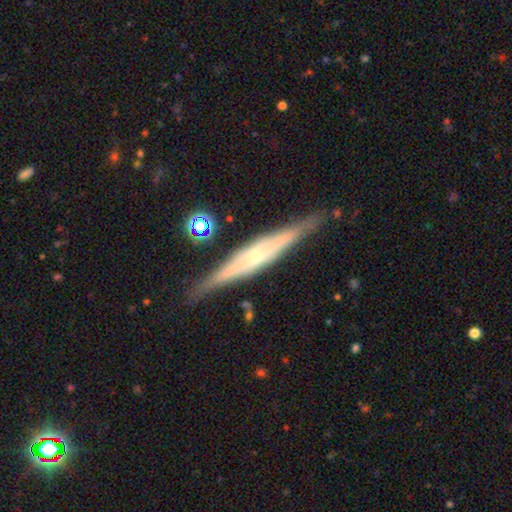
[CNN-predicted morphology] A featured or disk galaxy (75%) viewed edge-on (95%) with a rounded central bulge (53%).

Vote fractions:
- Smooth or featured? featured or disk: 75% / smooth: 19% / star or artifact: 6%
- Edge-on disk? yes: 95% / no: 5%
- Edge-on bulge? rounded: 53% / boxy: 28% / none: 19%
- Merging? none: 84% / minor disturbance: 11% / major disturbance: 3% / merger: 2%